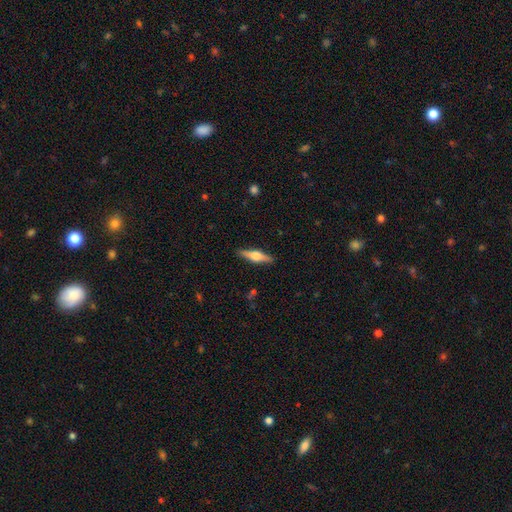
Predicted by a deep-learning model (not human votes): Smooth or featured: featured or disk — 59% (smooth — 36%)
Edge-on disk: yes — 96% (no — 4%)
Edge-on bulge: rounded — 92% (boxy — 6%)
Merging: none — 90% (minor disturbance — 7%)